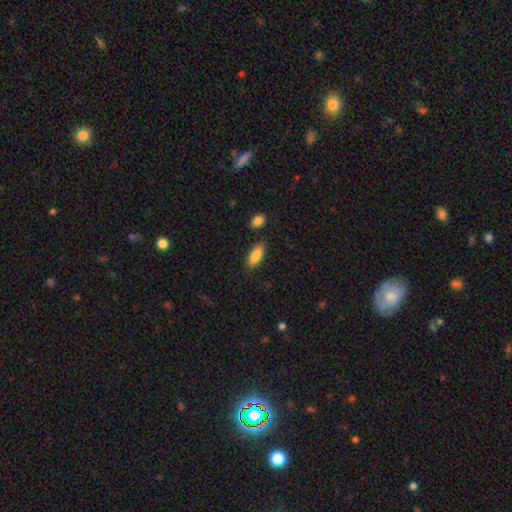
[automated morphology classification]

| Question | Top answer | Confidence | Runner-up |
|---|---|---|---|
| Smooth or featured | smooth | 87% | featured or disk (7%) |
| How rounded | in between | 81% | cigar-shaped (17%) |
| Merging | none | 83% | minor disturbance (11%) |